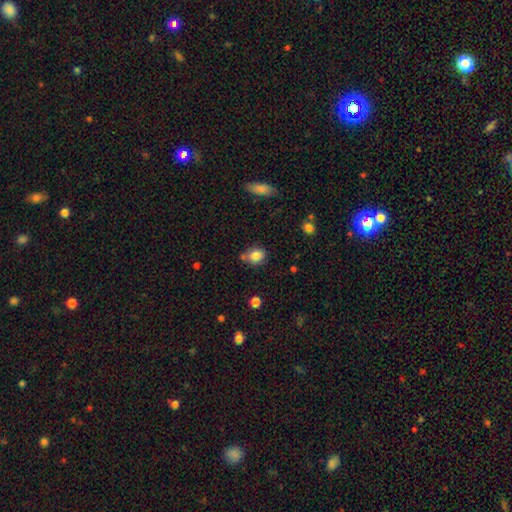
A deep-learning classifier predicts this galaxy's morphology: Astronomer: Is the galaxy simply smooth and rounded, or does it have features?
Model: smooth — 83%.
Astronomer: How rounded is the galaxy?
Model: round — 52% (runner-up: in between, 47%).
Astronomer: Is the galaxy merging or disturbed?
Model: none — 63%.